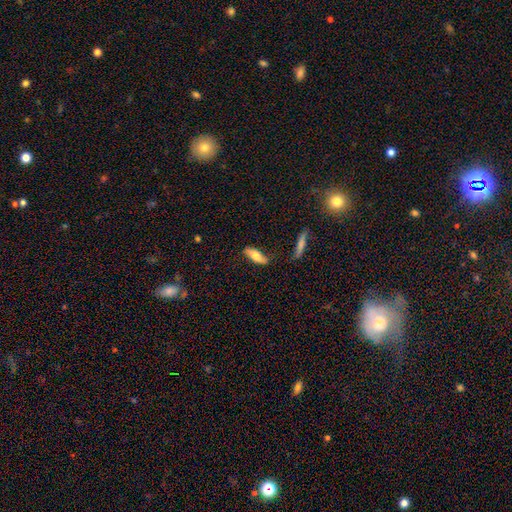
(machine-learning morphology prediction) This appears to be a smooth galaxy with no disk features (74%) that is in between round and cigar-shaped (71%). Merging: none (73%).